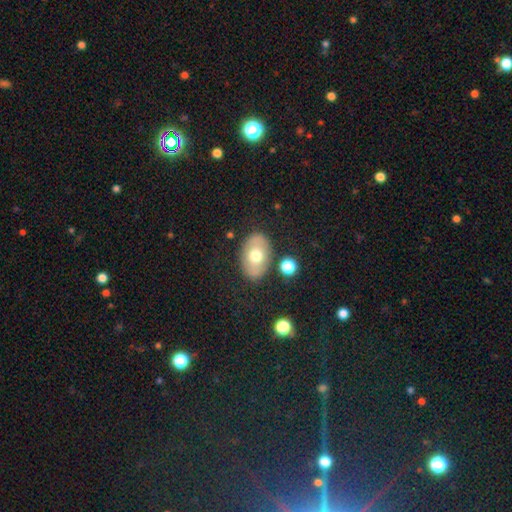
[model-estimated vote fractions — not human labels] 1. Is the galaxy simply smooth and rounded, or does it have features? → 61% smooth, 31% featured or disk, 8% star or artifact.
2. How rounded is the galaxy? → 85% in between, 14% round, 1% cigar-shaped.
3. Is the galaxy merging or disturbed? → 82% none, 11% minor disturbance, 3% major disturbance, 3% merger.